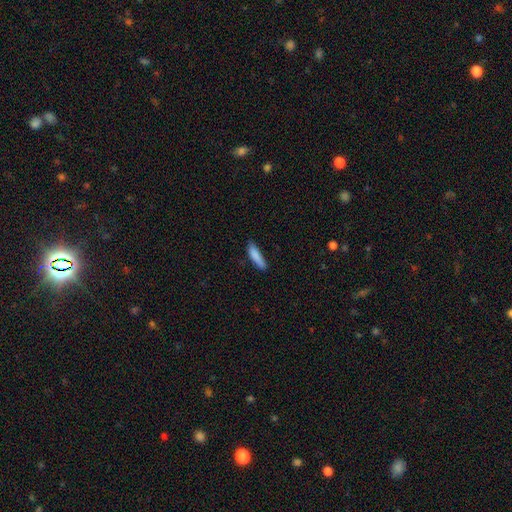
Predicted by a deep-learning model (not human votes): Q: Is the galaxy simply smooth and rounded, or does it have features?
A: smooth — 85%.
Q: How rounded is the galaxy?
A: cigar-shaped — 74%.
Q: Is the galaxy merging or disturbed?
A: none — 71%.